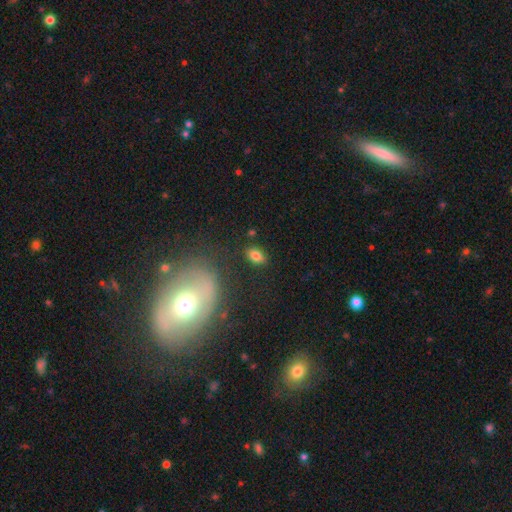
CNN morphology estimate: A smooth galaxy with no disk features (81%) that is in between round and cigar-shaped (86%). Merging: none (83%).